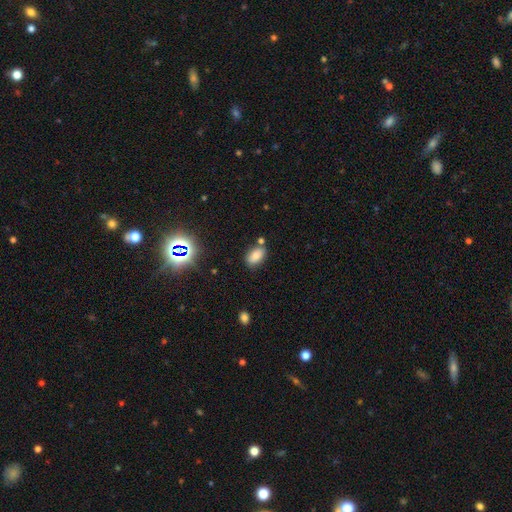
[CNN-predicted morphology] Smooth or featured: smooth — 77% (star or artifact — 14%)
How rounded: in between — 89% (round — 8%)
Merging: none — 74% (minor disturbance — 14%)